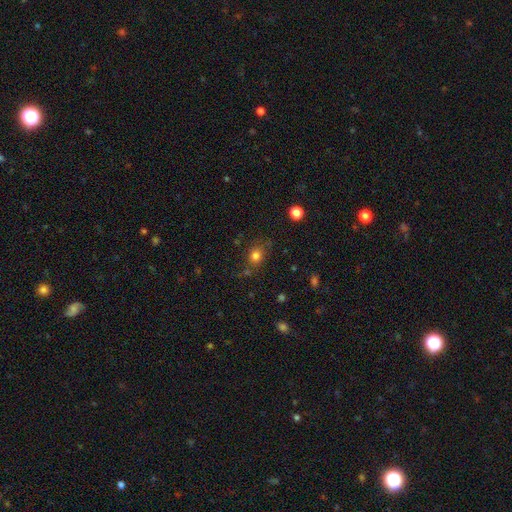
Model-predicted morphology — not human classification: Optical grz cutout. It shows a smooth galaxy with no disk features (79%) that is round (60%). Merging: none (74%).